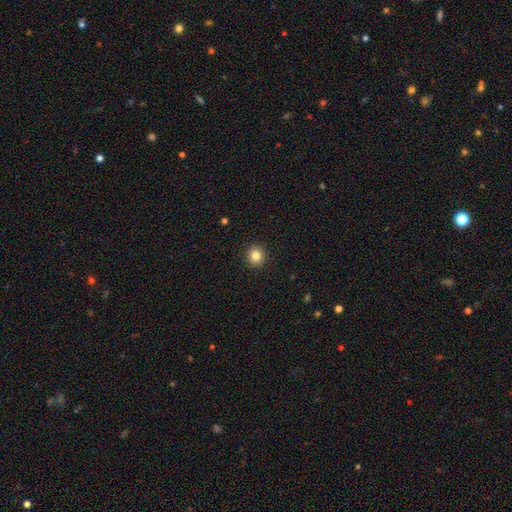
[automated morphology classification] This appears to be a smooth galaxy with no disk features (83%) that is round (91%). Merging: none (92%).